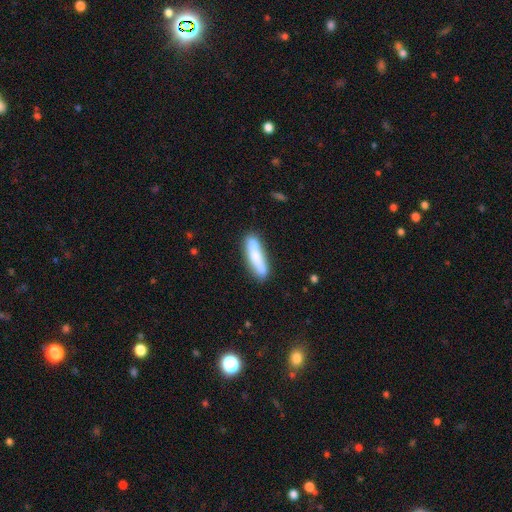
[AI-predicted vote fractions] smooth_or_featured: smooth (p=0.61) [alt: featured or disk p=0.33]
how_rounded: cigar-shaped (p=0.79) [alt: in between p=0.19]
merging: none (p=0.64) [alt: minor disturbance p=0.17]